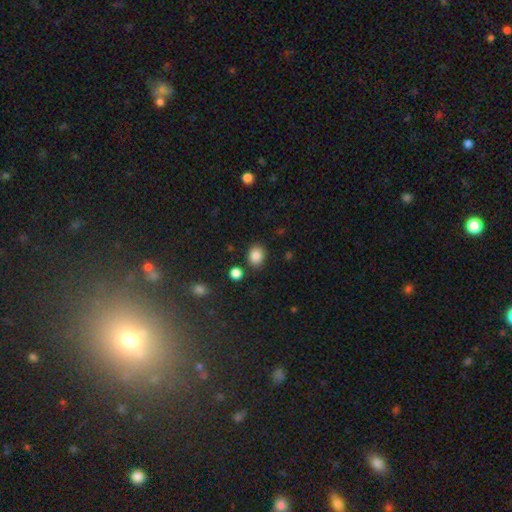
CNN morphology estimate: Q: Smooth or featured?
A: smooth (85%); runner-up: star or artifact (10%)
Q: How rounded?
A: round (52%); runner-up: in between (47%)
Q: Merging?
A: none (83%); runner-up: minor disturbance (10%)